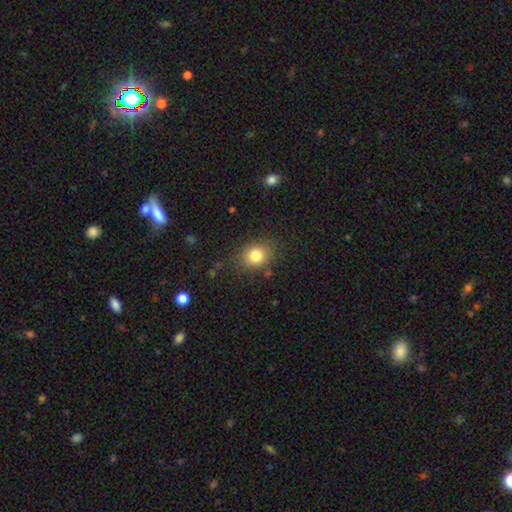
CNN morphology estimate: Smooth or featured? Predicted: smooth (p=0.81). How rounded? Predicted: round (p=0.54). Merging? Predicted: none (p=0.80).